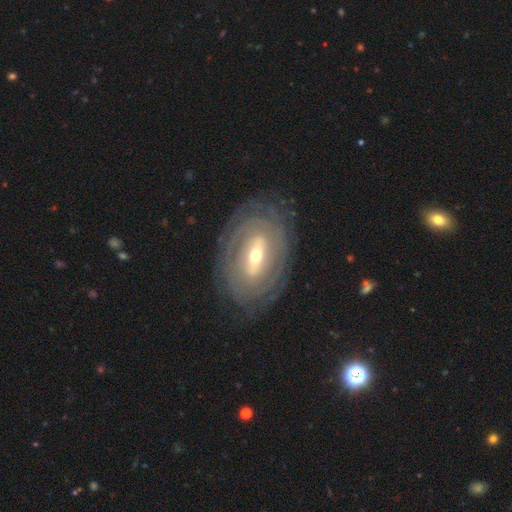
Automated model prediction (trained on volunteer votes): The model was most divided on "bulge size": moderate: 51%, small: 43%, large: 4%, dominant: 1%, none: 1%. Remaining: edge-on disk — no (91%); smooth or featured — featured or disk (82%); merging — none (80%); spiral winding — tight (79%); spiral arms — yes (77%); spiral arm count — can't tell (52%); bar — strong (46%).